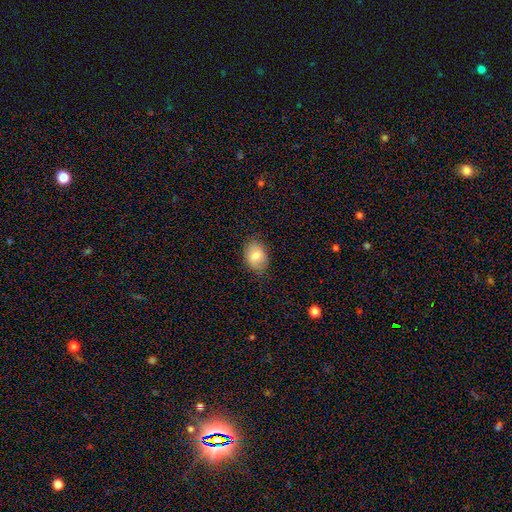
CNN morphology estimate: Smooth or featured?
  - smooth: 79% *
  - featured or disk: 13%
  - star or artifact: 8%
How rounded?
  - in between: 73% *
  - round: 26%
  - cigar-shaped: 1%
Merging?
  - none: 80% *
  - minor disturbance: 16%
  - major disturbance: 3%
  - merger: 1%